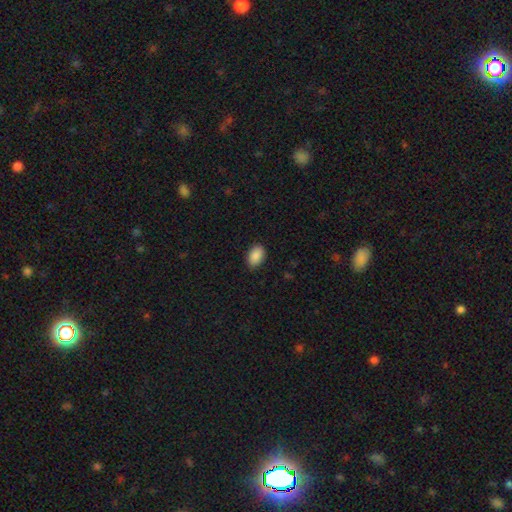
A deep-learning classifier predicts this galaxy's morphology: Smooth or featured?
  - smooth: 89% *
  - star or artifact: 7%
  - featured or disk: 4%
How rounded?
  - in between: 89% *
  - round: 10%
  - cigar-shaped: 1%
Merging?
  - none: 86% *
  - minor disturbance: 11%
  - major disturbance: 2%
  - merger: 1%